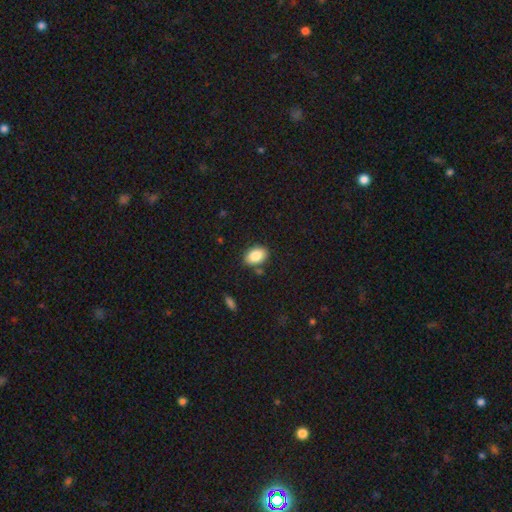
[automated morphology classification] Smooth or featured? smooth (87%)
How rounded? in between (86%)
Merging? none (82%)